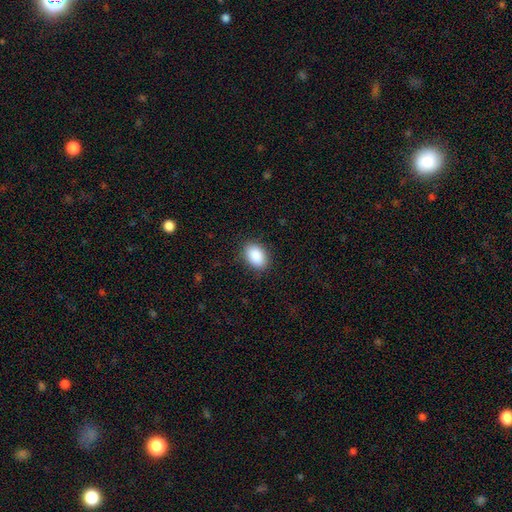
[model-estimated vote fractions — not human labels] A smooth galaxy with no disk features (90%) that is in between round and cigar-shaped (87%).

Vote fractions:
- Smooth or featured? smooth: 90% / star or artifact: 7% / featured or disk: 3%
- How rounded? in between: 87% / round: 12% / cigar-shaped: 1%
- Merging? none: 86% / minor disturbance: 10% / major disturbance: 3% / merger: 1%